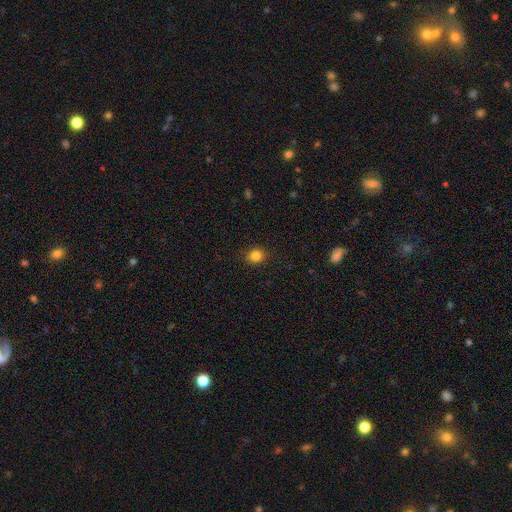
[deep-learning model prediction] Smooth or featured?
  - smooth: 84% *
  - star or artifact: 11%
  - featured or disk: 5%
How rounded?
  - round: 75% *
  - in between: 24%
  - cigar-shaped: 1%
Merging?
  - none: 90% *
  - minor disturbance: 7%
  - major disturbance: 2%
  - merger: 1%